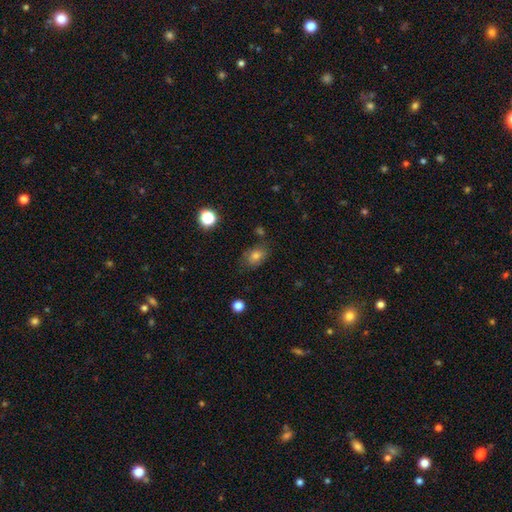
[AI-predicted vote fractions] The model was most divided on "how rounded": in between: 75%, round: 24%, cigar-shaped: 1%. More confident: smooth or featured — smooth (76%); merging — none (73%).